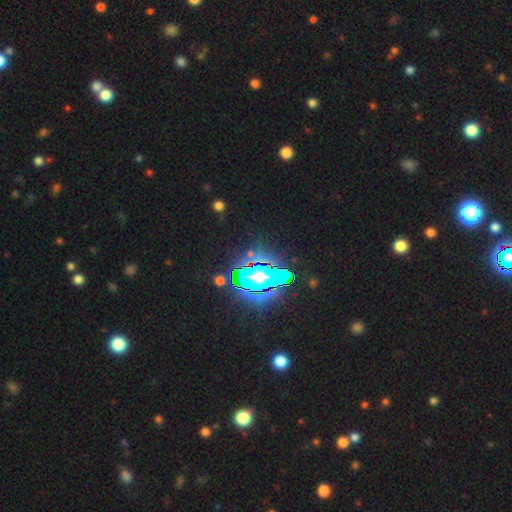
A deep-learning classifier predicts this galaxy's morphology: smooth-or-featured: star or artifact: 69% | featured or disk: 16% | smooth: 15%